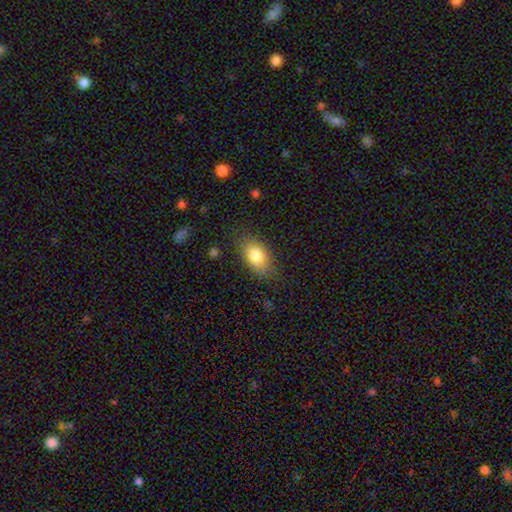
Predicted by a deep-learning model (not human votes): smooth_or_featured: smooth (p=0.80) [alt: featured or disk p=0.12]
how_rounded: in between (p=0.87) [alt: round p=0.10]
merging: none (p=0.76) [alt: minor disturbance p=0.18]